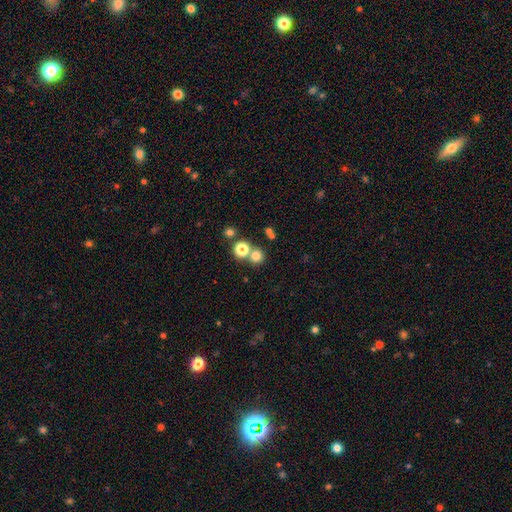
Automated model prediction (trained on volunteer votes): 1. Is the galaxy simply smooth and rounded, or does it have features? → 75% smooth, 17% star or artifact, 8% featured or disk.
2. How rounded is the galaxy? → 90% round, 9% in between, 1% cigar-shaped.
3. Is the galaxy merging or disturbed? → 62% none, 29% merger, 6% minor disturbance, 3% major disturbance.